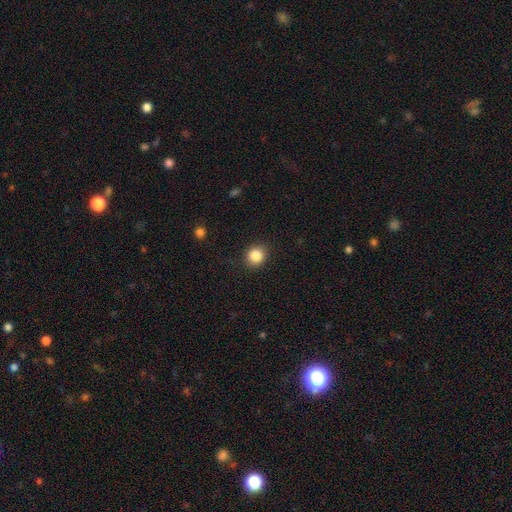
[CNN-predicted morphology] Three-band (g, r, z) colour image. It shows a smooth galaxy with no disk features (86%) that is round (81%). Merging: none (89%).